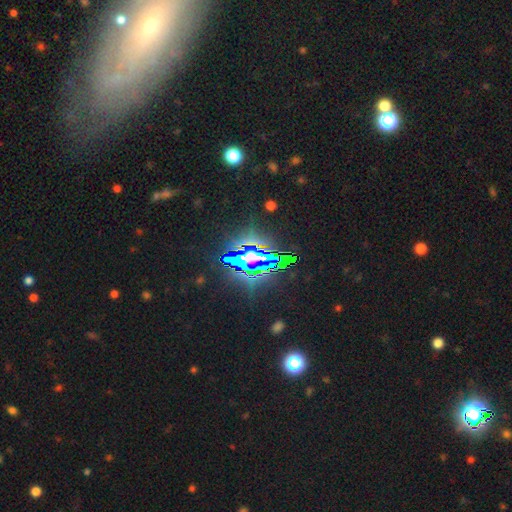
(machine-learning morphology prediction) The model was most divided on "smooth or featured": star or artifact: 75%, smooth: 13%, featured or disk: 12%.